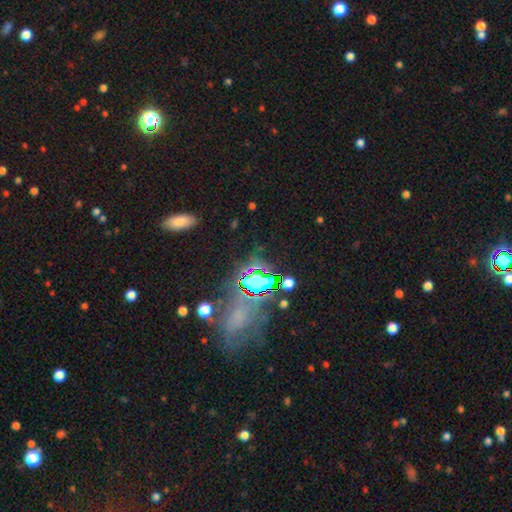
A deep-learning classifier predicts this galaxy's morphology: Smooth or featured: star or artifact — 70% (smooth — 18%)